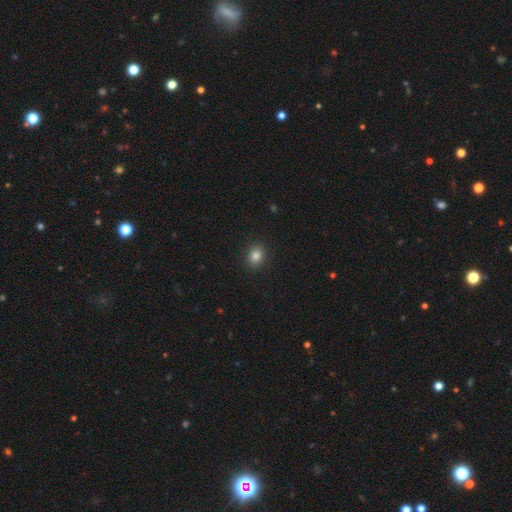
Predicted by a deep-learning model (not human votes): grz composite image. It shows a smooth galaxy with no disk features (84%) that is in between round and cigar-shaped (50%). Merging: none (90%).